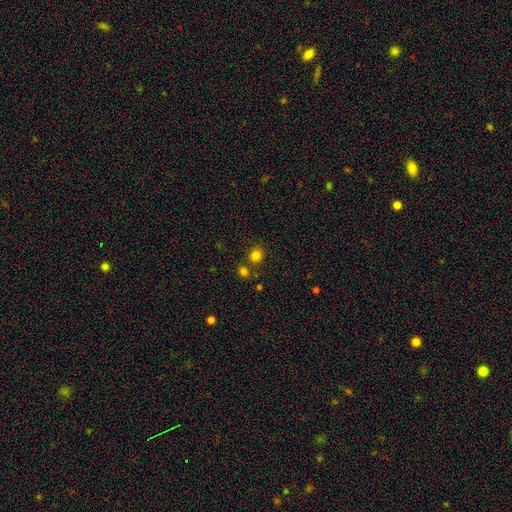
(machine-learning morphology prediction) Smooth or featured? smooth (80%)
How rounded? round (82%)
Merging? none (74%)